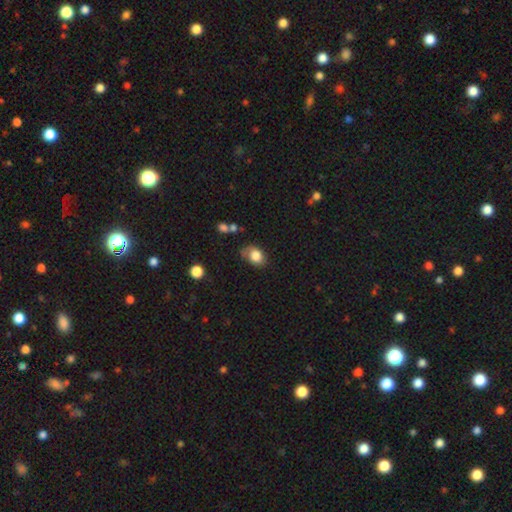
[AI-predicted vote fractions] A smooth galaxy with no disk features (82%) that is in between round and cigar-shaped (70%).

Vote fractions:
- Smooth or featured? smooth: 82% / featured or disk: 9% / star or artifact: 9%
- How rounded? in between: 70% / round: 29% / cigar-shaped: 1%
- Merging? none: 57% / minor disturbance: 30% / major disturbance: 9% / merger: 5%